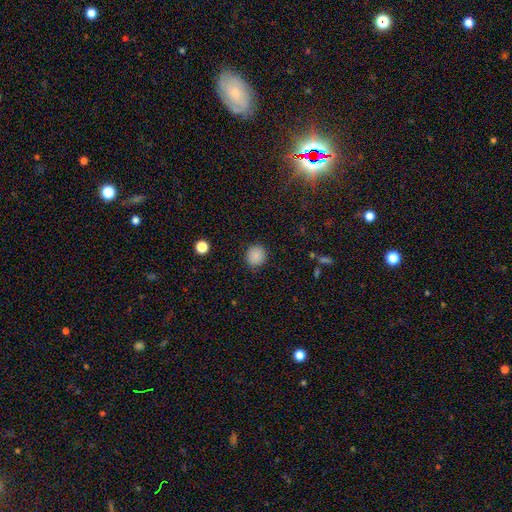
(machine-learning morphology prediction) Overall: smooth (87%). How rounded: round (89%). Merging: none (90%).